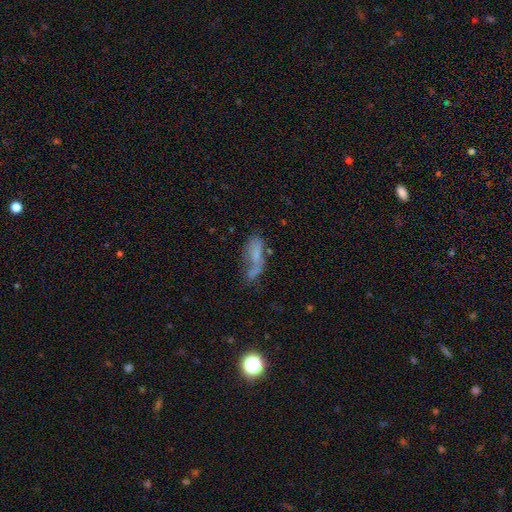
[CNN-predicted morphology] Overall: smooth (50%; featured or disk 34%). How rounded: in between (63%; cigar-shaped 33%). Merging: none (33%; major disturbance 24%).